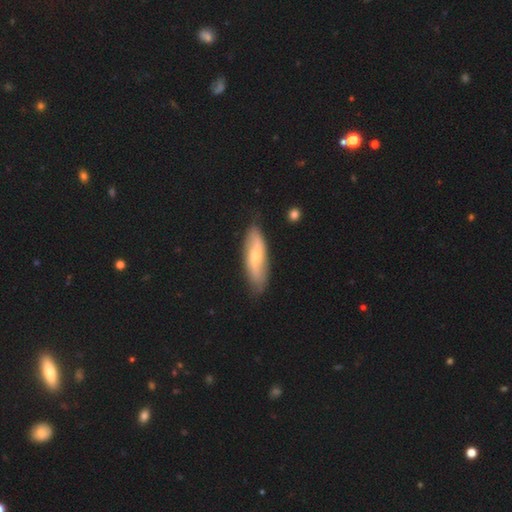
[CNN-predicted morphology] Q: Smooth or featured?
A: featured or disk (57%); runner-up: smooth (37%)
Q: Edge-on disk?
A: no (69%); runner-up: yes (31%)
Q: Merging?
A: none (81%); runner-up: minor disturbance (14%)